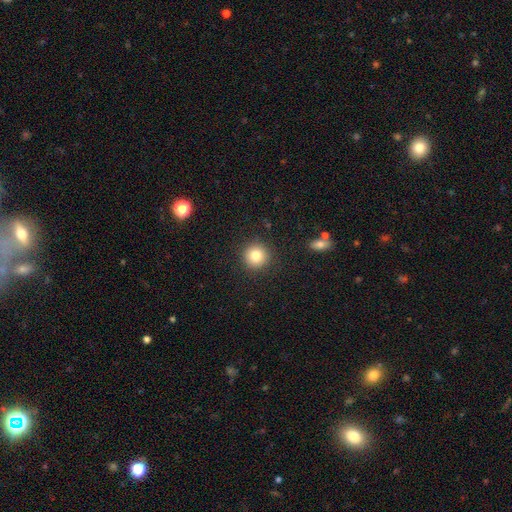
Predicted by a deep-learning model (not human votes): Morphology: type=smooth (80%); roundness=round (95%); merging=none (91%).